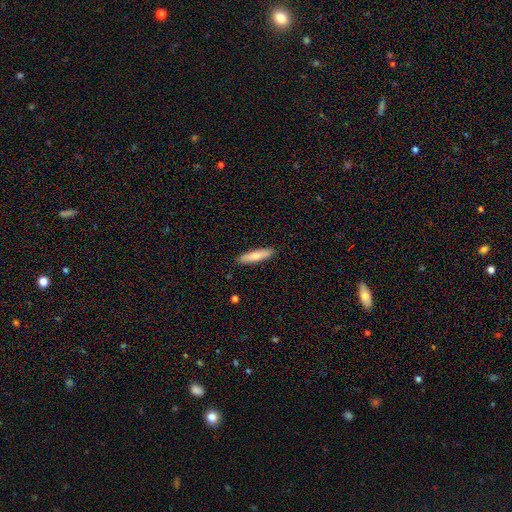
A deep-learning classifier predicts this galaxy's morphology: smooth-or-featured: smooth: 74% | featured or disk: 21% | star or artifact: 5%
  how-rounded: cigar-shaped: 80% | in between: 18% | round: 2%
  merging: none: 90% | minor disturbance: 8% | major disturbance: 2% | merger: 1%